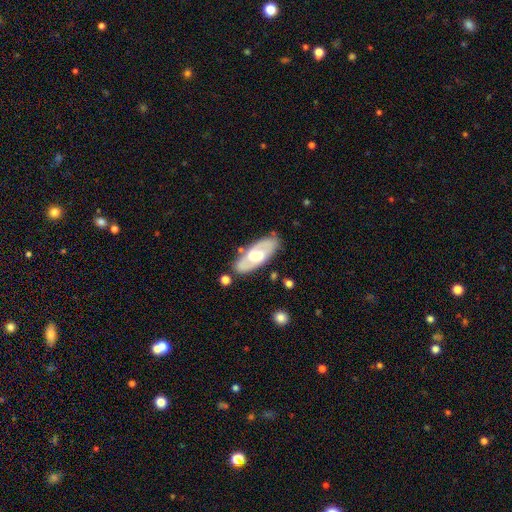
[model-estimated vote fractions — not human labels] Q: Smooth or featured?
A: featured or disk (61%); runner-up: smooth (34%)
Q: Edge-on disk?
A: no (83%); runner-up: yes (17%)
Q: Bar?
A: weak (42%); runner-up: no (41%)
Q: Spiral arms?
A: yes (63%); runner-up: no (37%)
Q: Bulge size?
A: moderate (54%); runner-up: large (27%)
Q: Merging?
A: none (79%); runner-up: minor disturbance (13%)